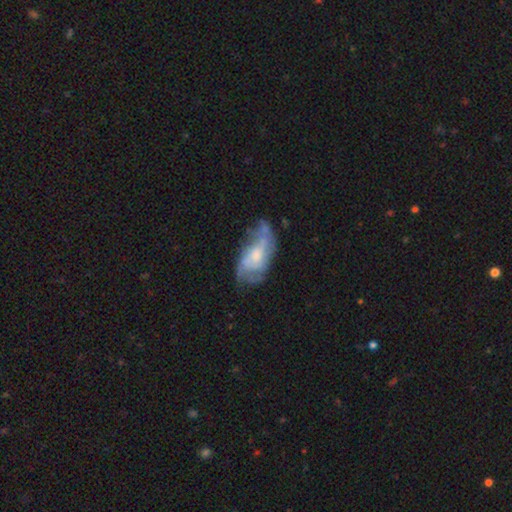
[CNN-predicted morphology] Smooth or featured?
  - featured or disk: 63% *
  - smooth: 30%
  - star or artifact: 7%
Edge-on disk?
  - no: 93% *
  - yes: 7%
Bar?
  - no: 67% *
  - weak: 28%
  - strong: 5%
Spiral arms?
  - yes: 68% *
  - no: 32%
Bulge size?
  - moderate: 45% *
  - small: 35%
  - none: 10%
  - large: 9%
  - dominant: 1%
Merging?
  - none: 44% *
  - minor disturbance: 29%
  - major disturbance: 22%
  - merger: 4%